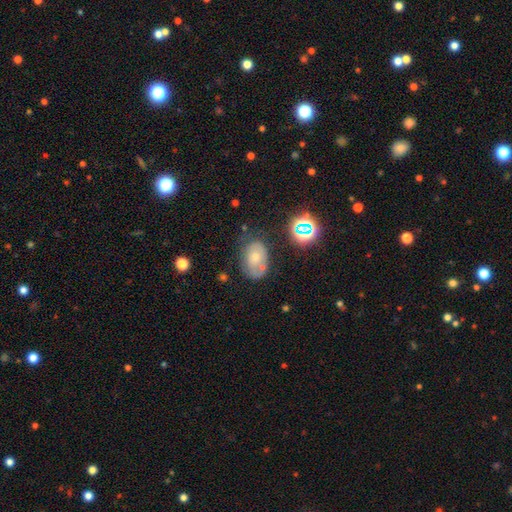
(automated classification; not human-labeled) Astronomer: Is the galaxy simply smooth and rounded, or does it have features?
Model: smooth — 41% (runner-up: featured or disk, 40%).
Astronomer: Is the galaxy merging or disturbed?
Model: none — 59%.